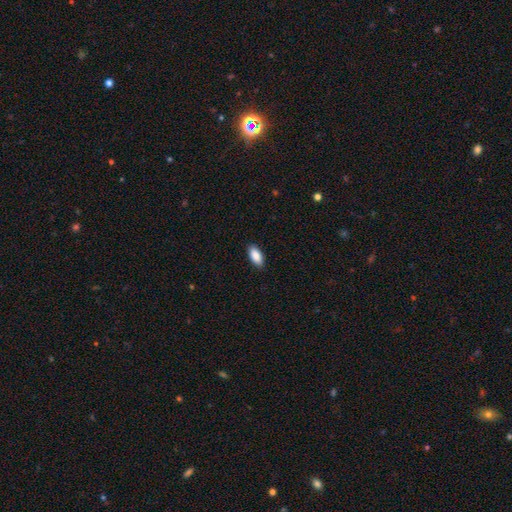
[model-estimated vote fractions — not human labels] smooth_or_featured: smooth (p=0.89) [alt: star or artifact p=0.06]
how_rounded: in between (p=0.91) [alt: cigar-shaped p=0.07]
merging: none (p=0.89) [alt: minor disturbance p=0.08]